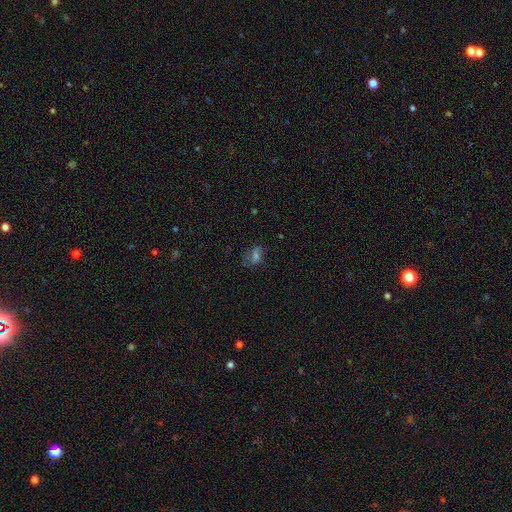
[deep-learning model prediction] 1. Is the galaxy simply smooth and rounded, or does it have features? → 43% smooth, 32% star or artifact, 26% featured or disk.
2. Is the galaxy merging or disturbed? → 59% none, 21% minor disturbance, 15% major disturbance, 5% merger.